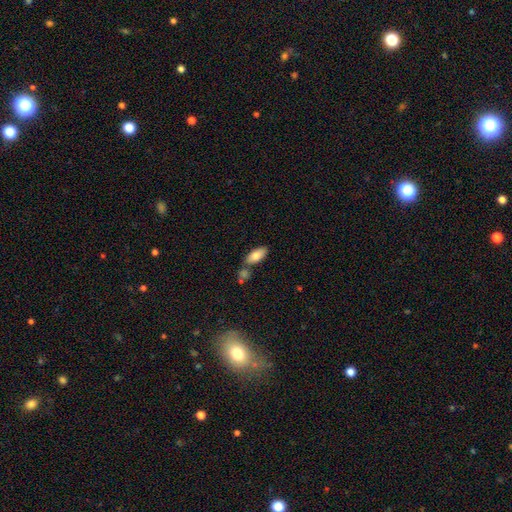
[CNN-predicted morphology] smooth_or_featured: smooth (p=0.79) [alt: featured or disk p=0.15]
how_rounded: in between (p=0.87) [alt: cigar-shaped p=0.11]
merging: none (p=0.67) [alt: merger p=0.16]